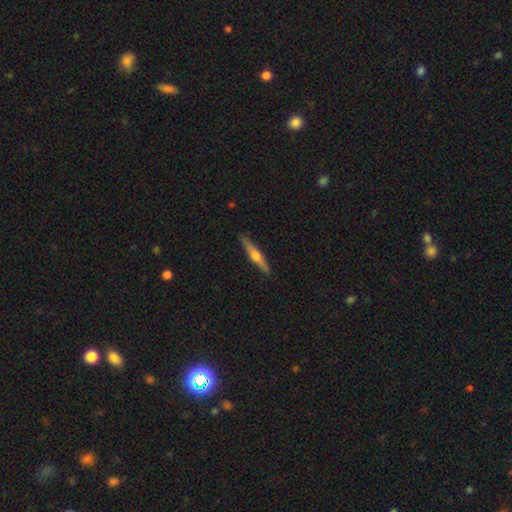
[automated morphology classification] Overall: featured or disk (62%; smooth 32%). Edge-on disk: yes (97%). Edge-on bulge: rounded (91%). Merging: none (90%).